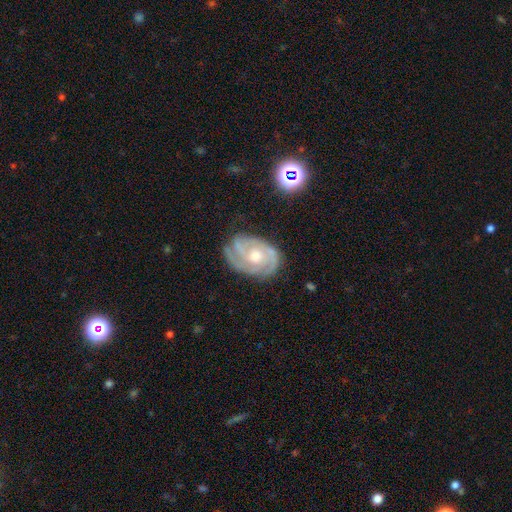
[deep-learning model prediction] Morphology: type=featured or disk (86%); edge-on=no (97%); bar=no (69%); spiral arms=yes (96%); winding=tight (61%); arm count=3 (33%); bulge=moderate (64%); merging=none (71%).